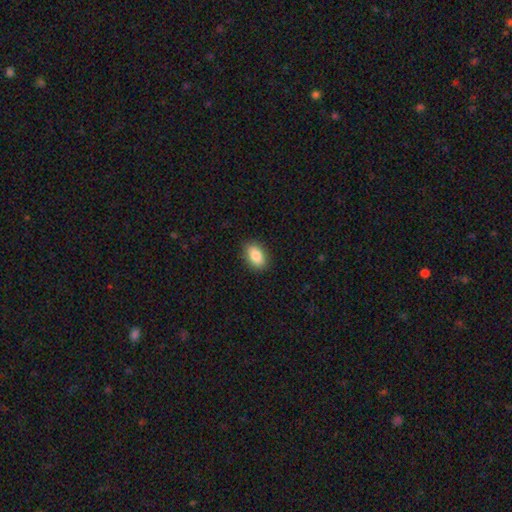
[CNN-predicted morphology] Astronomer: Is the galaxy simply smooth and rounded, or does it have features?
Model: smooth — 87%.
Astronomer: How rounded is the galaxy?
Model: in between — 89%.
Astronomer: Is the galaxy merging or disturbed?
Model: none — 88%.